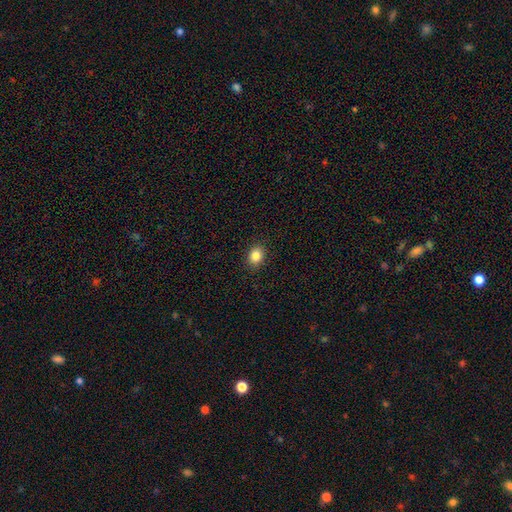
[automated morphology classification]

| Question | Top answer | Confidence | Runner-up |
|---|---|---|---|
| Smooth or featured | smooth | 84% | star or artifact (10%) |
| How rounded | in between | 50% | round (49%) |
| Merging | none | 90% | minor disturbance (7%) |